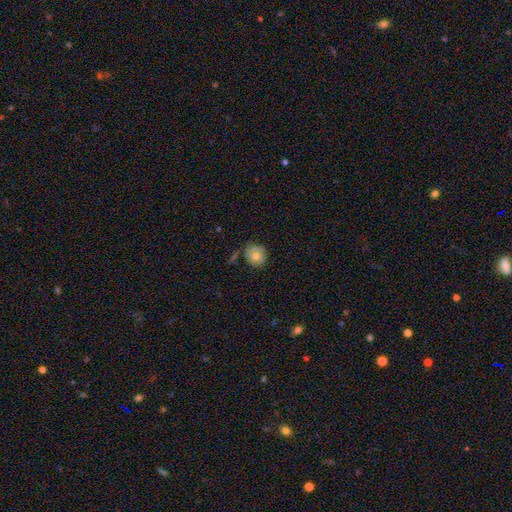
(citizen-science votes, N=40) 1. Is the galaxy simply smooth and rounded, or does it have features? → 78% smooth, 15% featured or disk, 8% star or artifact.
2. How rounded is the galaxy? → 94% round, 6% in between, 0% cigar-shaped.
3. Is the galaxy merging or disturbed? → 84% none, 14% minor disturbance, 3% merger, 0% major disturbance.